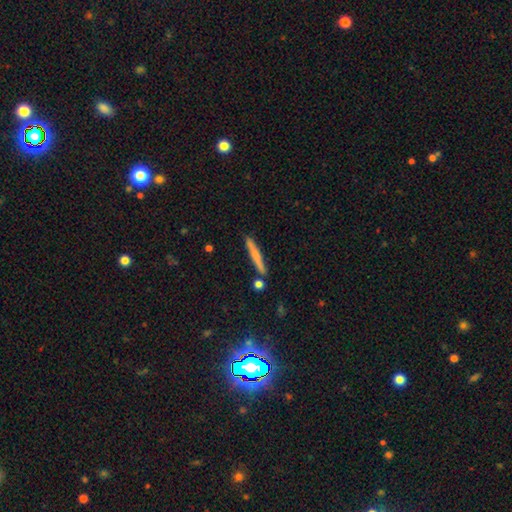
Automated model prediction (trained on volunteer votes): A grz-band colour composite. It shows a smooth galaxy with no disk features (66%) that is cigar-shaped (95%). Merging: none (84%).